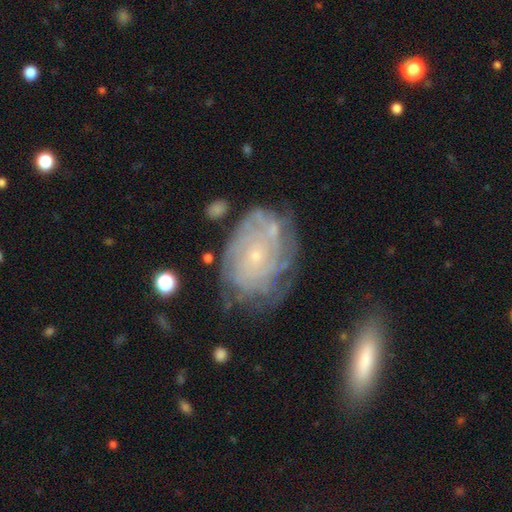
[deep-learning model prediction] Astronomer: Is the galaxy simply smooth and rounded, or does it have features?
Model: featured or disk — 76%.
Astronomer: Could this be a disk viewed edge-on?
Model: no — 96%.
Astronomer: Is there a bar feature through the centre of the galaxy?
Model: no — 84%.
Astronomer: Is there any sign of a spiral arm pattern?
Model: yes — 84%.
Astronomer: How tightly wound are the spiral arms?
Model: tight — 74%.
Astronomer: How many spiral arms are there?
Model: can't tell — 55%.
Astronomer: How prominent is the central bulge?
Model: small — 85%.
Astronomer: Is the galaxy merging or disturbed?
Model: none — 60%.